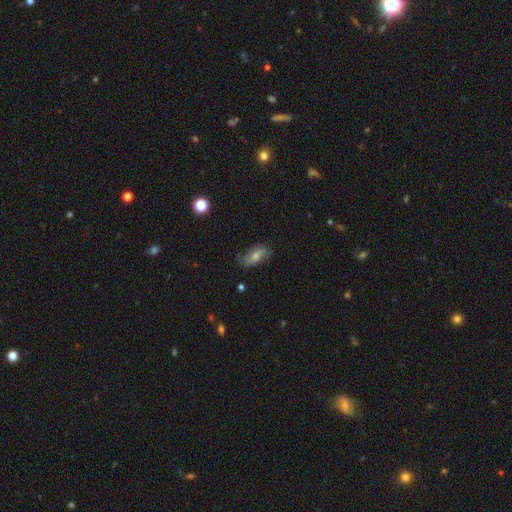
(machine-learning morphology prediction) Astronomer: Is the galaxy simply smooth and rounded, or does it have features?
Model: featured or disk — 51% (runner-up: smooth, 35%).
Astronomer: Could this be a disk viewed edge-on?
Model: no — 86%.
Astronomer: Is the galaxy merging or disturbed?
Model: none — 76%.